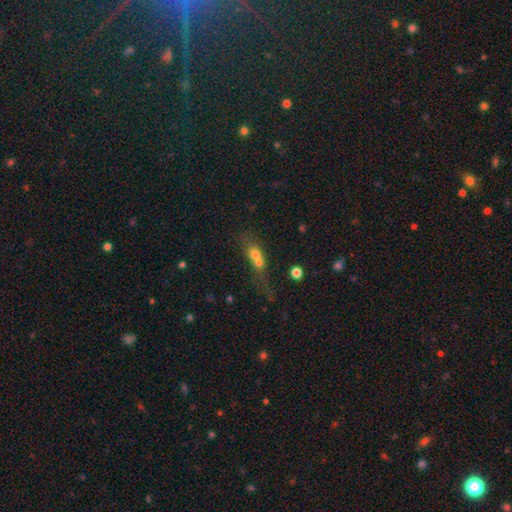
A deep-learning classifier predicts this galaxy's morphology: This is possibly a smooth galaxy (59%). How rounded: marginally in between (41%, tied with round). Merging: likely merger (66%).